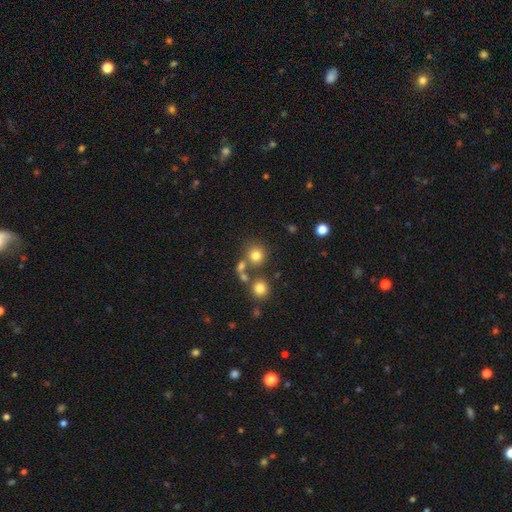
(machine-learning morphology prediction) Smooth or featured? Predicted: smooth (p=0.77). How rounded? Predicted: round (p=0.89). Merging? Predicted: none (p=0.66).